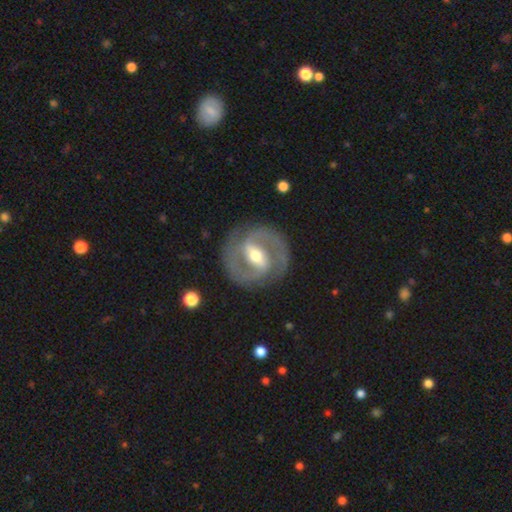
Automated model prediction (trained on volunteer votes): Morphology: type=featured or disk (88%); edge-on=no (97%); bar=strong (53%); spiral arms=yes (92%); winding=medium (51%); arm count=2 (91%); bulge=moderate (68%); merging=none (85%).